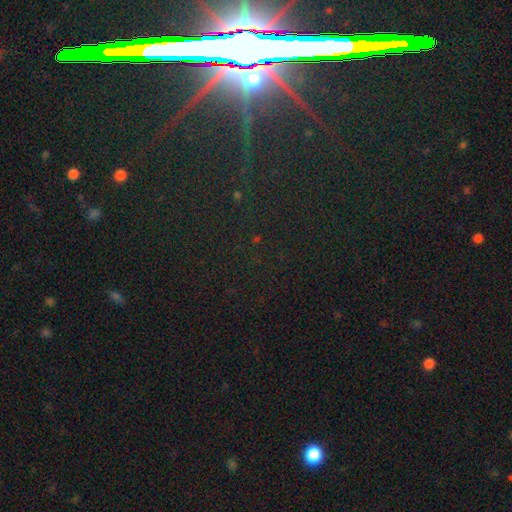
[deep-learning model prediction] Q: Smooth or featured?
A: star or artifact (77%); runner-up: featured or disk (12%)